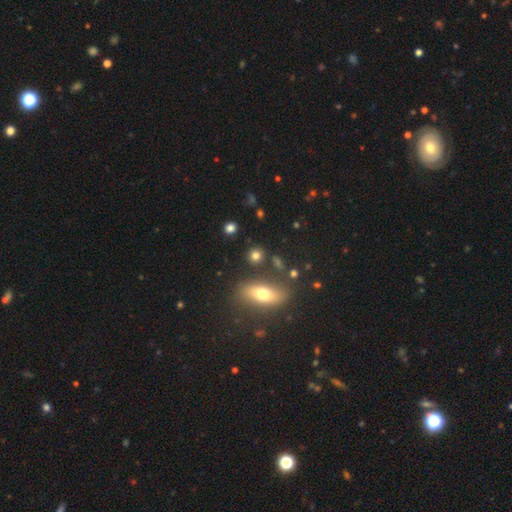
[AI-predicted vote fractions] Smooth or featured: smooth — 78% (star or artifact — 13%)
How rounded: round — 74% (in between — 21%)
Merging: none — 81% (minor disturbance — 9%)